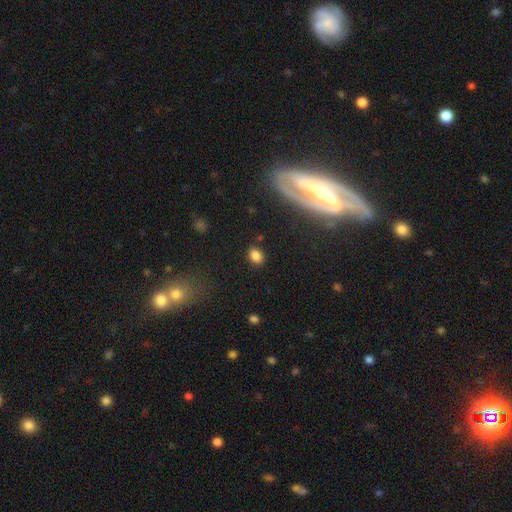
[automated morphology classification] Smooth or featured: smooth — 82% (star or artifact — 12%)
How rounded: in between — 68% (round — 30%)
Merging: none — 85% (minor disturbance — 10%)